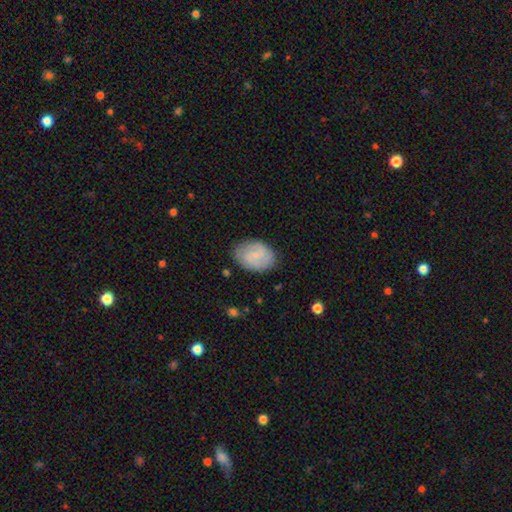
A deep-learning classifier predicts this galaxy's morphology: type=smooth (48%); merging=none (81%).